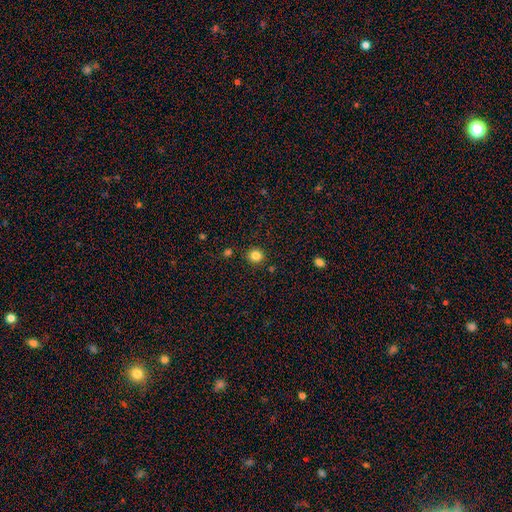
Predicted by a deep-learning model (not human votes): Smooth or featured? Predicted: smooth (p=0.84). How rounded? Predicted: round (p=0.91). Merging? Predicted: none (p=0.89).